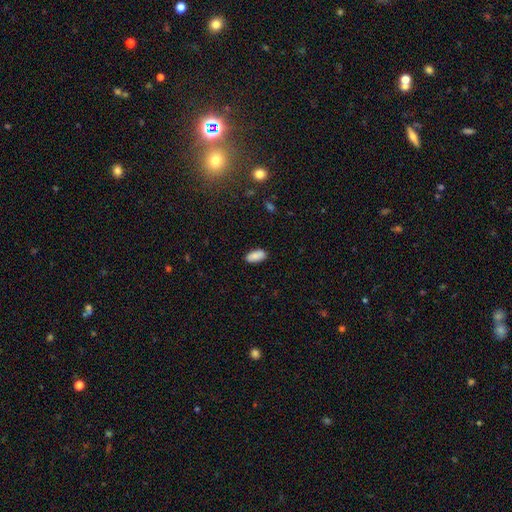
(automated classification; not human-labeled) The model was most divided on "merging": none: 83%, minor disturbance: 12%, major disturbance: 2%, merger: 2%. More confident: how rounded — in between (92%); smooth or featured — smooth (84%).